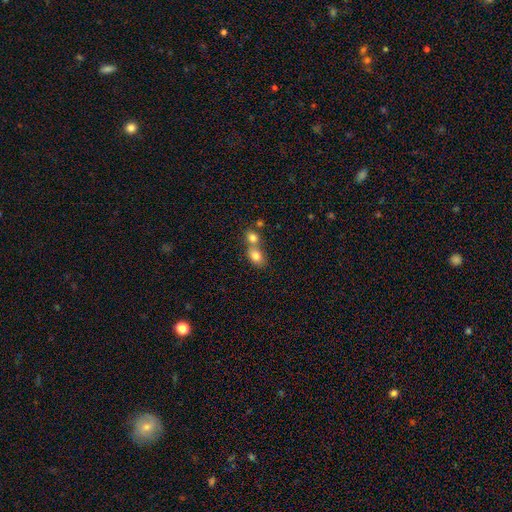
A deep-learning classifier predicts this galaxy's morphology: This appears to be a smooth galaxy with no disk features (78%) that is in between round and cigar-shaped (61%). Merging: merger (60%).